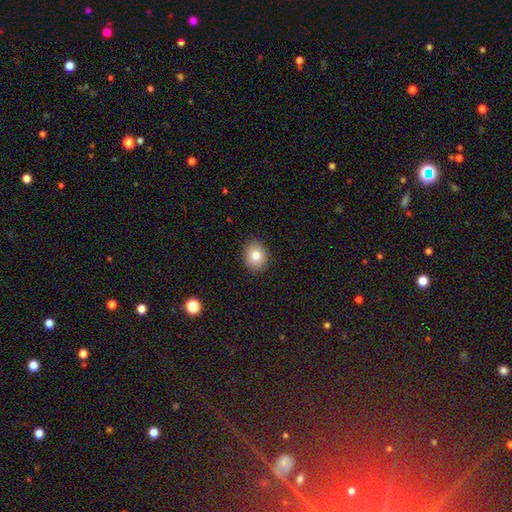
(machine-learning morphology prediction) A smooth galaxy with no disk features (80%) that is round (69%).

Vote fractions:
- Smooth or featured? smooth: 80% / star or artifact: 10% / featured or disk: 10%
- How rounded? round: 69% / in between: 30% / cigar-shaped: 1%
- Merging? none: 91% / minor disturbance: 6% / major disturbance: 2% / merger: 1%